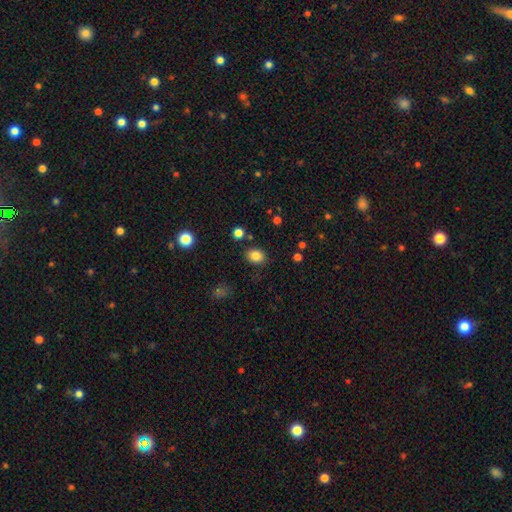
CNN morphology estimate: This is clearly a smooth galaxy (83%). How rounded: possibly in between (54%). Merging: clearly none (83%).